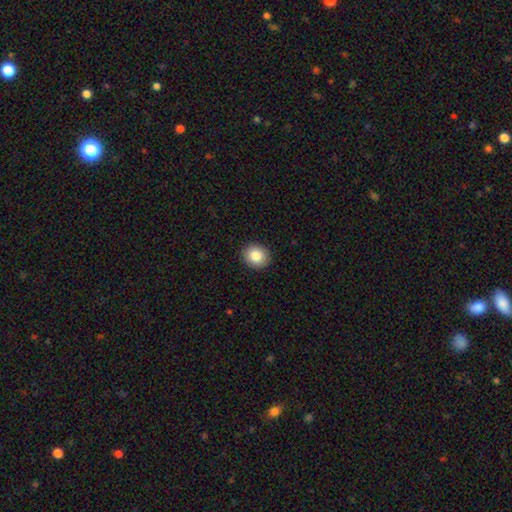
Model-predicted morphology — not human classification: Smooth or featured?
  - smooth: 85% *
  - star or artifact: 8%
  - featured or disk: 7%
How rounded?
  - round: 73% *
  - in between: 26%
  - cigar-shaped: 1%
Merging?
  - none: 91% *
  - minor disturbance: 6%
  - major disturbance: 2%
  - merger: 1%